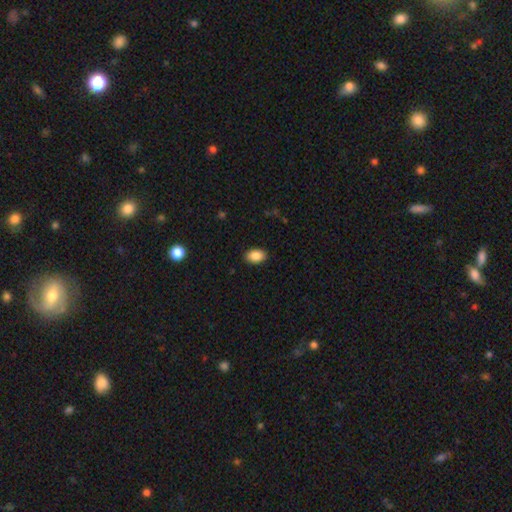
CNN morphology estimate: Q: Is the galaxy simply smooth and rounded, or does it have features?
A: smooth — 88%.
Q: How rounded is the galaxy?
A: in between — 88%.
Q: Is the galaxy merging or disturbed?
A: none — 89%.